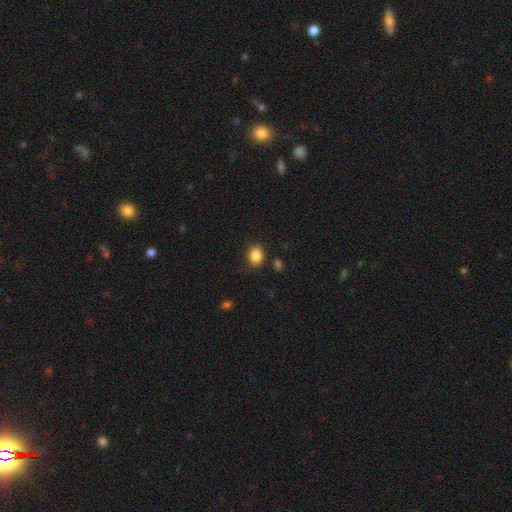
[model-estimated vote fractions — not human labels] This is clearly a smooth galaxy (86%). How rounded: likely in between (61%). Merging: clearly none (84%).